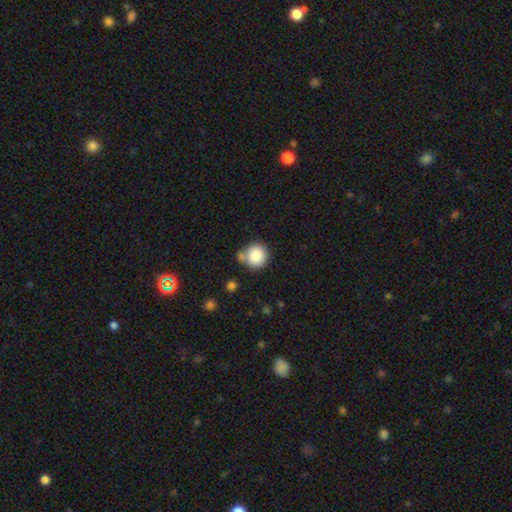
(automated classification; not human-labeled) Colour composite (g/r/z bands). It shows a smooth galaxy with no disk features (86%) that is round (88%). Merging: none (59%).